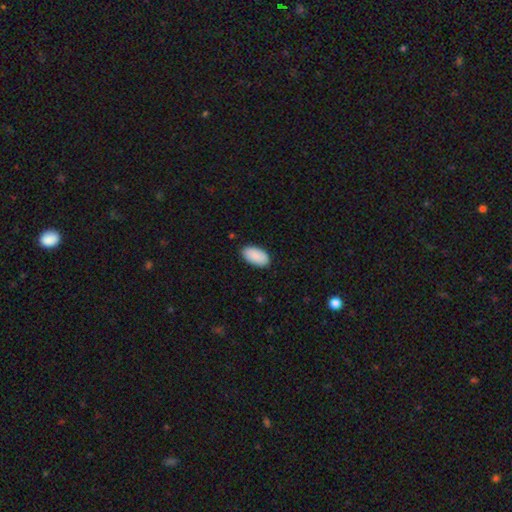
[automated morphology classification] This is clearly a smooth galaxy (90%). How rounded: clearly in between (96%). Merging: clearly none (86%).